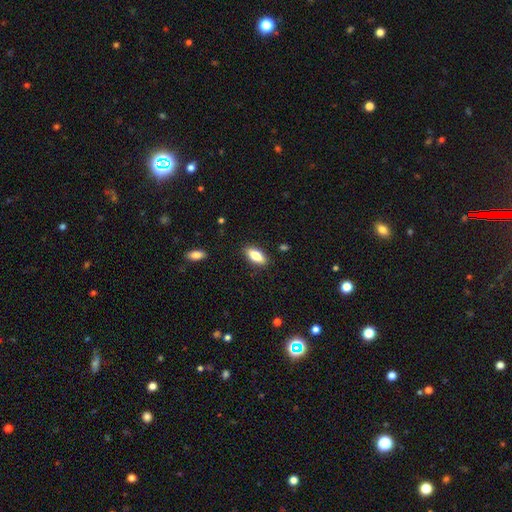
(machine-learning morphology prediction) Overall: smooth (77%). How rounded: in between (82%). Merging: none (88%).